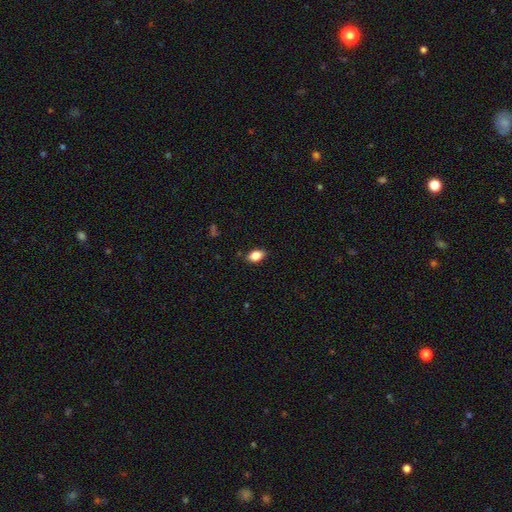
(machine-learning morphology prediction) Smooth or featured?
  - smooth: 86% *
  - star or artifact: 8%
  - featured or disk: 6%
How rounded?
  - in between: 87% *
  - round: 11%
  - cigar-shaped: 2%
Merging?
  - none: 85% *
  - minor disturbance: 11%
  - major disturbance: 2%
  - merger: 1%